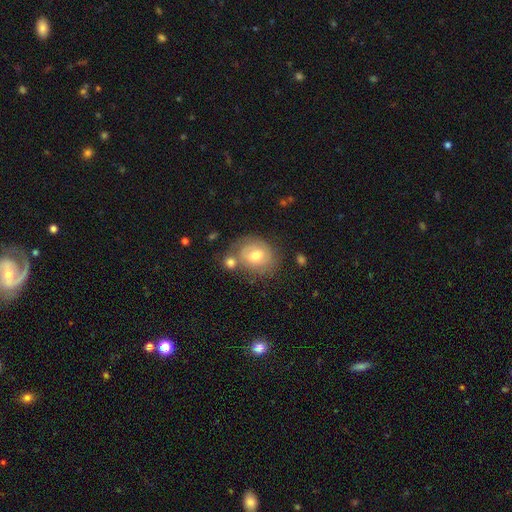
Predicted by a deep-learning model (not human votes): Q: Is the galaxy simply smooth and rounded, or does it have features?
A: smooth — 52%.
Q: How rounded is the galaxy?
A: round — 65%.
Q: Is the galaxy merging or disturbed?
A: none — 56%.